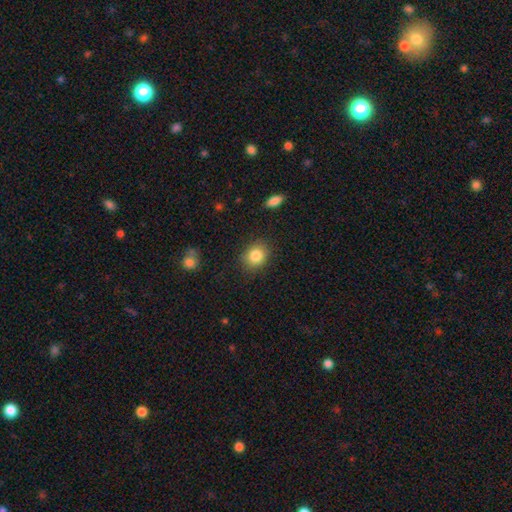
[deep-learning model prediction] Overall: smooth (84%). How rounded: round (61%; in between 38%). Merging: none (84%).